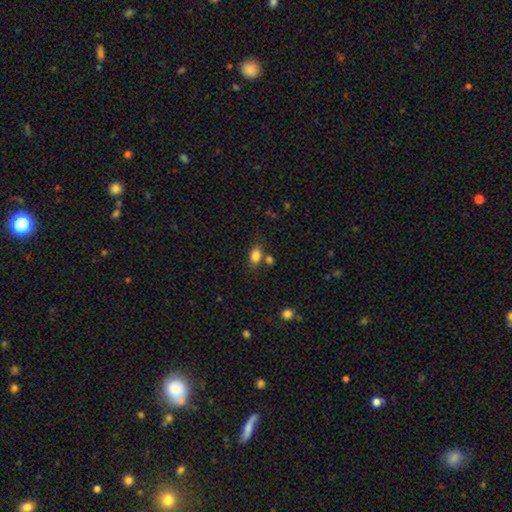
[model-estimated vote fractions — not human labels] A smooth galaxy with no disk features (84%) that is in between round and cigar-shaped (79%).

Vote fractions:
- Smooth or featured? smooth: 84% / star or artifact: 10% / featured or disk: 6%
- How rounded? in between: 79% / round: 19% / cigar-shaped: 2%
- Merging? none: 65% / merger: 16% / minor disturbance: 14% / major disturbance: 5%